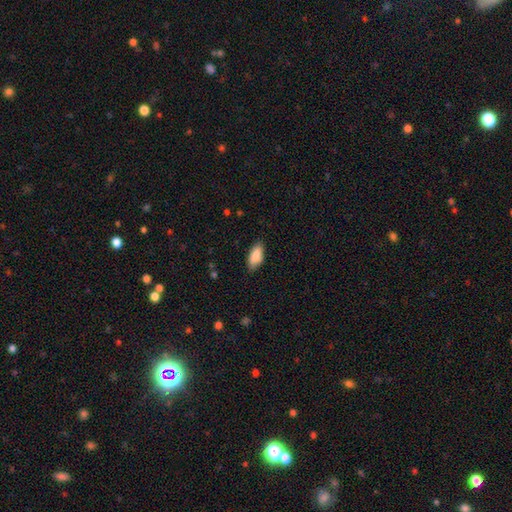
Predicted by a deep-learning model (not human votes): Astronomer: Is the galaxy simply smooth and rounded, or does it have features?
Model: smooth — 88%.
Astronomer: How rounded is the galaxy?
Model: in between — 89%.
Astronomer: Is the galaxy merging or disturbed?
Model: none — 78%.